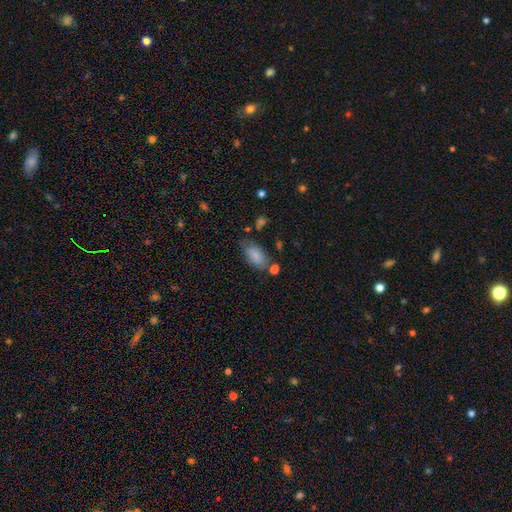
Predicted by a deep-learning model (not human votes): Overall: smooth (85%). How rounded: in between (92%). Merging: none (60%; minor disturbance 24%).